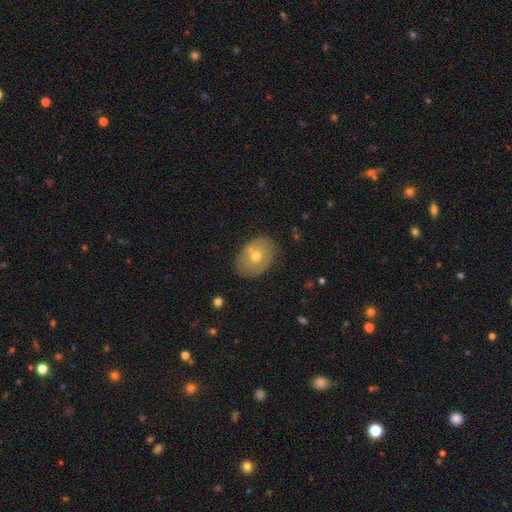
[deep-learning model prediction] smooth-or-featured: smooth: 59% | featured or disk: 33% | star or artifact: 8%
  how-rounded: in between: 71% | round: 28% | cigar-shaped: 1%
  merging: none: 75% | minor disturbance: 15% | merger: 7% | major disturbance: 4%